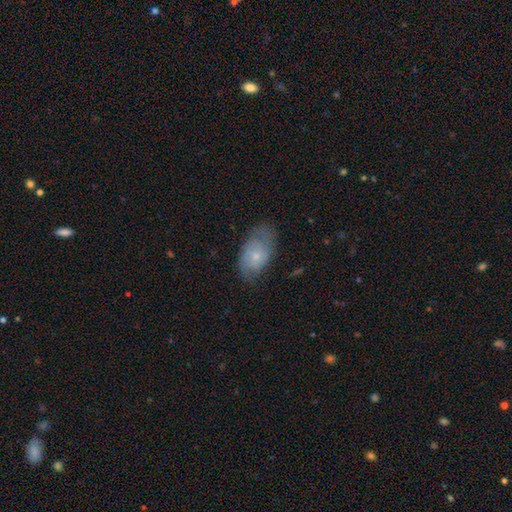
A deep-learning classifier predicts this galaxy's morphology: Smooth or featured? Predicted: featured or disk (p=0.48). Merging? Predicted: none (p=0.64).